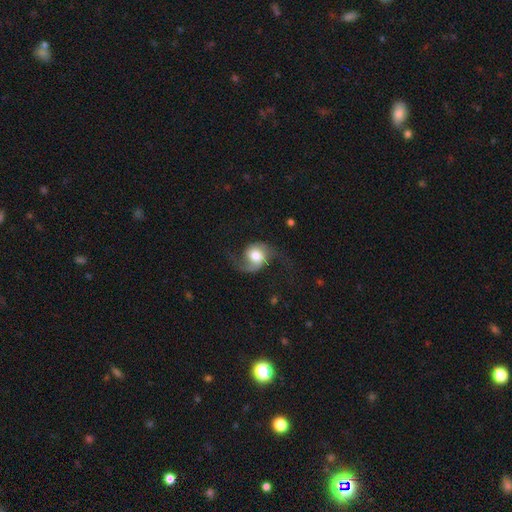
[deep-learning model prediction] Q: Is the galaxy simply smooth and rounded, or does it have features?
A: featured or disk — 71%.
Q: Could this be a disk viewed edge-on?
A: no — 97%.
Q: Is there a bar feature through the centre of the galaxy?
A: no — 65%.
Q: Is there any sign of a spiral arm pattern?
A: yes — 94%.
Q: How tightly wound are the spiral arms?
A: loose — 74%.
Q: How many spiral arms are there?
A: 2 — 85%.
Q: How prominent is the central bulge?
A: large — 40%.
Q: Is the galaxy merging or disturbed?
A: none — 58%.